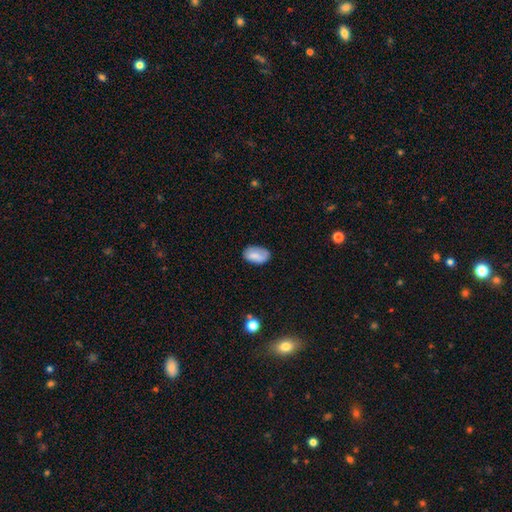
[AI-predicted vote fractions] smooth 77%, featured or disk 15%, star or artifact 7%. Down the decision tree: how rounded — in between (92%); merging — none (72%).